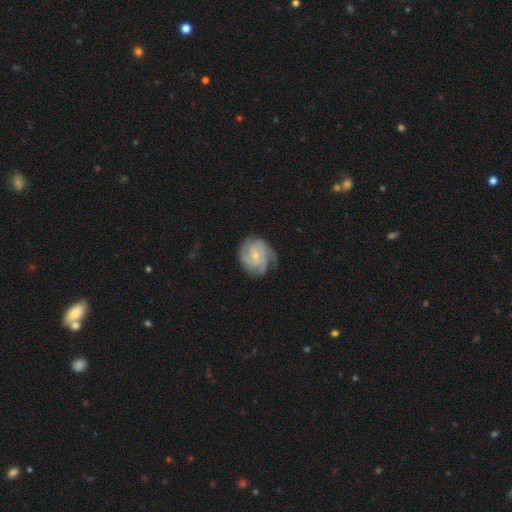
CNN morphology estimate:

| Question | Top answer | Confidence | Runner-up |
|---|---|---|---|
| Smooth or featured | featured or disk | 78% | smooth (16%) |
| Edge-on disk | no | 98% | yes (2%) |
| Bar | no | 56% | weak (38%) |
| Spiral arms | yes | 95% | no (5%) |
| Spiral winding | tight | 55% | medium (35%) |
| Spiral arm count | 3 | 35% | can't tell (23%) |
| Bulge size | small | 66% | moderate (28%) |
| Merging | none | 65% | minor disturbance (24%) |